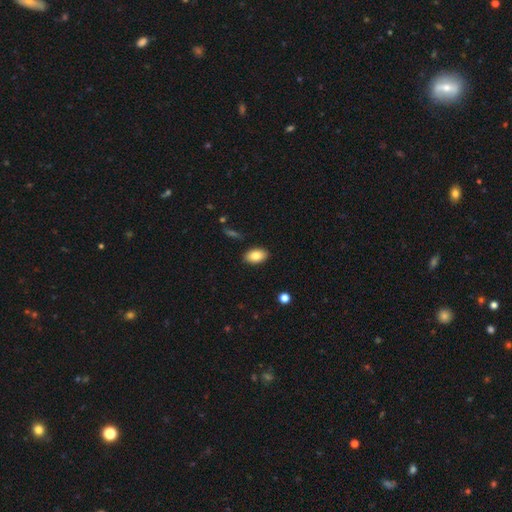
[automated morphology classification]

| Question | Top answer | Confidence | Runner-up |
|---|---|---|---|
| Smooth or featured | smooth | 85% | featured or disk (8%) |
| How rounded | in between | 91% | round (7%) |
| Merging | none | 88% | minor disturbance (8%) |